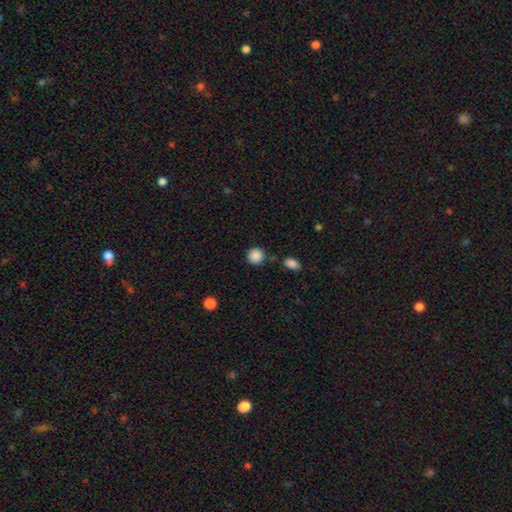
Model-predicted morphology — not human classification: Smooth or featured?
  - smooth: 88% *
  - star or artifact: 9%
  - featured or disk: 3%
How rounded?
  - round: 91% *
  - in between: 8%
  - cigar-shaped: 1%
Merging?
  - none: 79% *
  - minor disturbance: 11%
  - merger: 6%
  - major disturbance: 3%